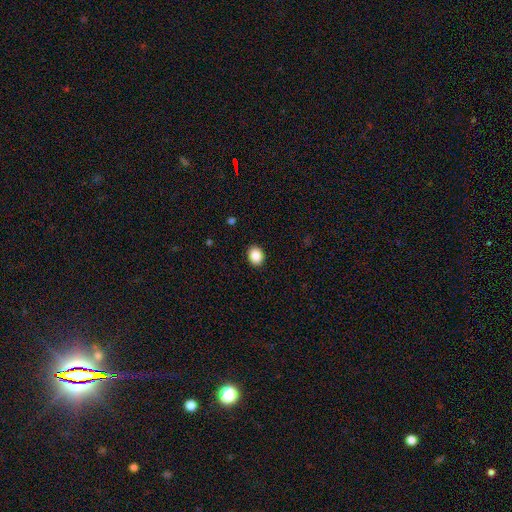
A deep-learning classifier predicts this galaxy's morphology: Smooth or featured? smooth (89%)
How rounded? round (54%)
Merging? none (90%)